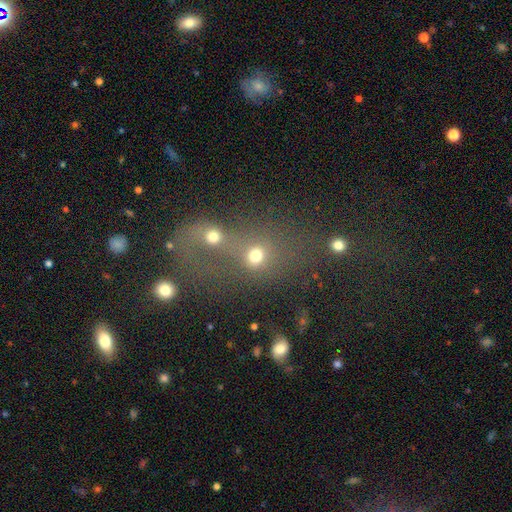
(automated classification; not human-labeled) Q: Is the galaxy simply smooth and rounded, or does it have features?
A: smooth — 69%.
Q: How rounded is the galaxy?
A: round — 74%.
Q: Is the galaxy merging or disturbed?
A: merger — 63%.